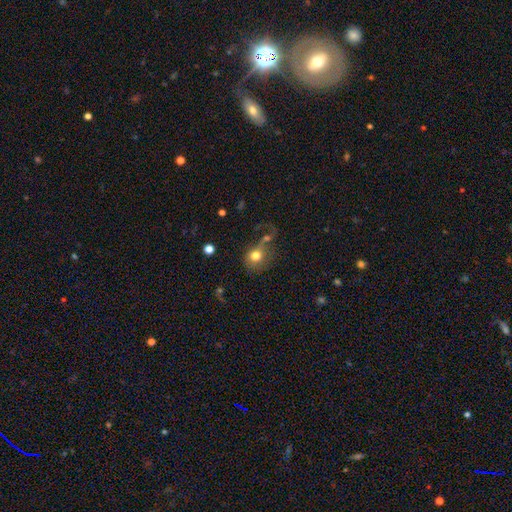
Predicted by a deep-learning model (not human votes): This is likely a smooth galaxy (73%). How rounded: likely round (76%). Merging: marginally none (32%).